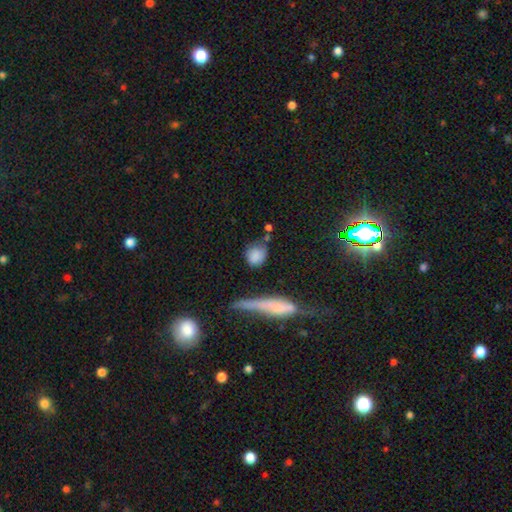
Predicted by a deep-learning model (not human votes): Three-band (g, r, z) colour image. It shows a smooth galaxy with no disk features (82%) that is round (71%). Merging: none (61%).